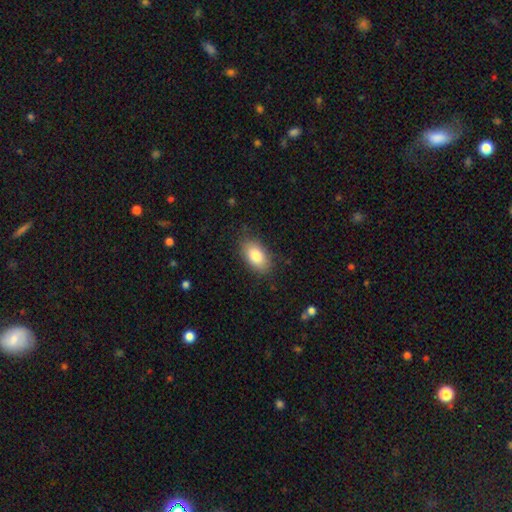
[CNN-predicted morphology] smooth_or_featured: smooth (p=0.82) [alt: featured or disk p=0.11]
how_rounded: in between (p=0.92) [alt: round p=0.06]
merging: none (p=0.82) [alt: minor disturbance p=0.14]